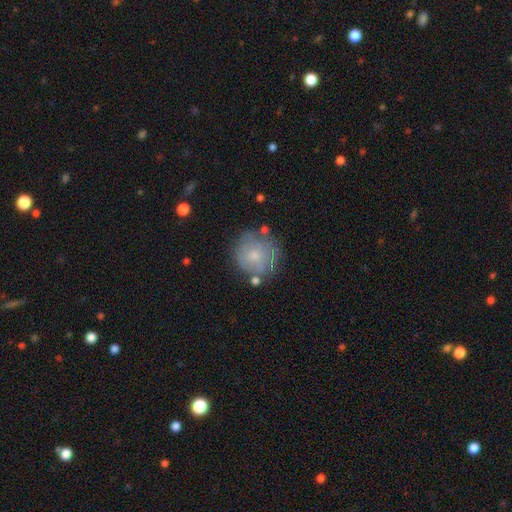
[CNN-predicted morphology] Smooth or featured? featured or disk (43%)
Merging? none (81%)